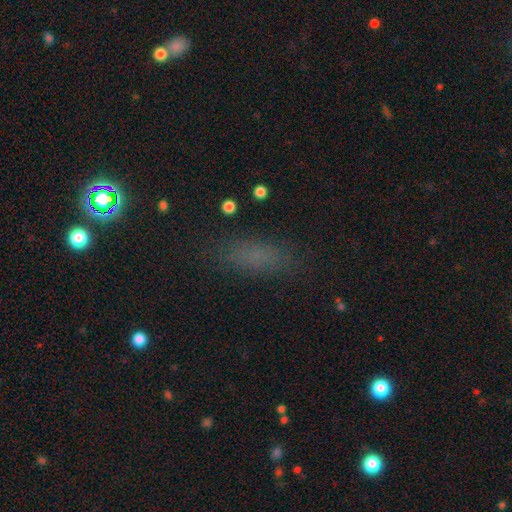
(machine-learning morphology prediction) type=smooth (67%); roundness=in between (59%); merging=none (82%).